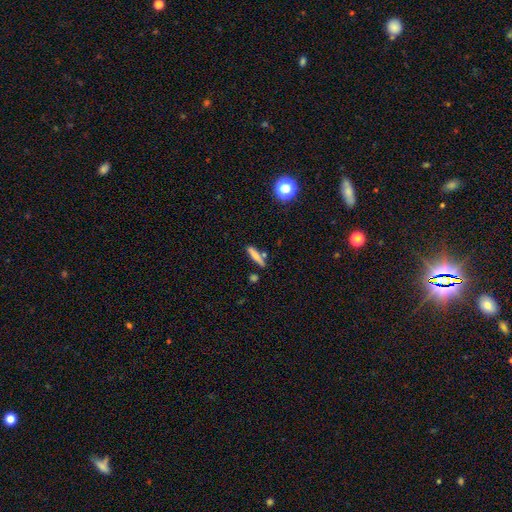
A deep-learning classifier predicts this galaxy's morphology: Smooth or featured?
  - smooth: 73% *
  - featured or disk: 18%
  - star or artifact: 9%
How rounded?
  - cigar-shaped: 84% *
  - in between: 13%
  - round: 3%
Merging?
  - none: 74% *
  - minor disturbance: 13%
  - merger: 9%
  - major disturbance: 3%